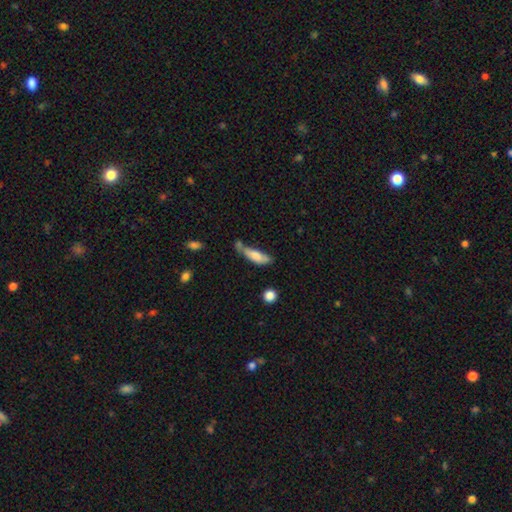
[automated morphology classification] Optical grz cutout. It shows a smooth galaxy with no disk features (73%) that is cigar-shaped (52%). Merging: none (37%).